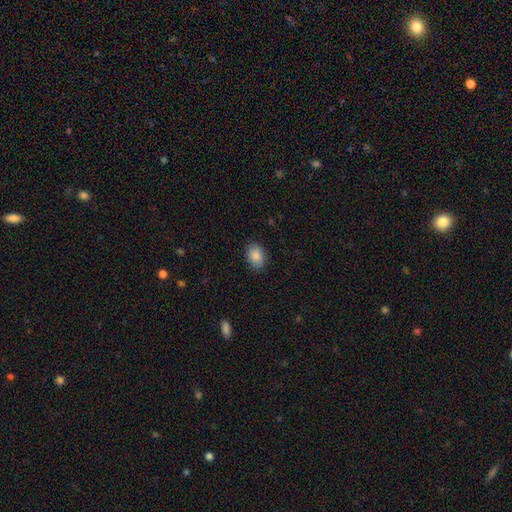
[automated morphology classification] A smooth galaxy with no disk features (88%) that is in between round and cigar-shaped (82%).

Vote fractions:
- Smooth or featured? smooth: 88% / star or artifact: 7% / featured or disk: 5%
- How rounded? in between: 82% / round: 17% / cigar-shaped: 1%
- Merging? none: 87% / minor disturbance: 10% / major disturbance: 2% / merger: 1%